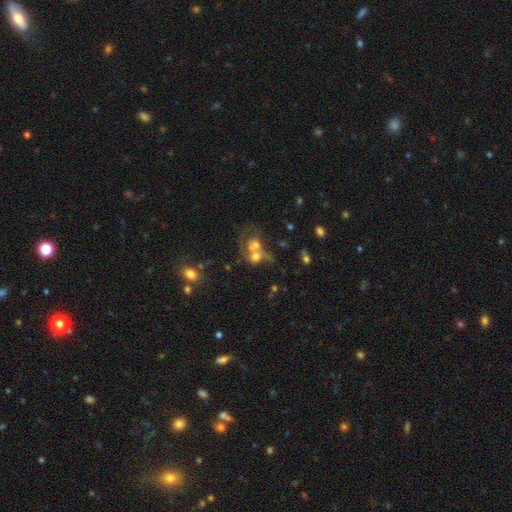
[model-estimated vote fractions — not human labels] smooth 50%, featured or disk 33%, star or artifact 17%. Down the decision tree: how rounded — round (59%); merging — merger (62%).